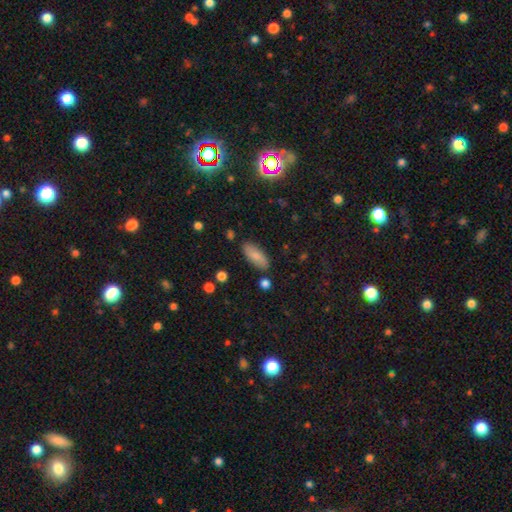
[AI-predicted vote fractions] A smooth galaxy with no disk features (81%) that is in between round and cigar-shaped (81%). Merging: none (85%).